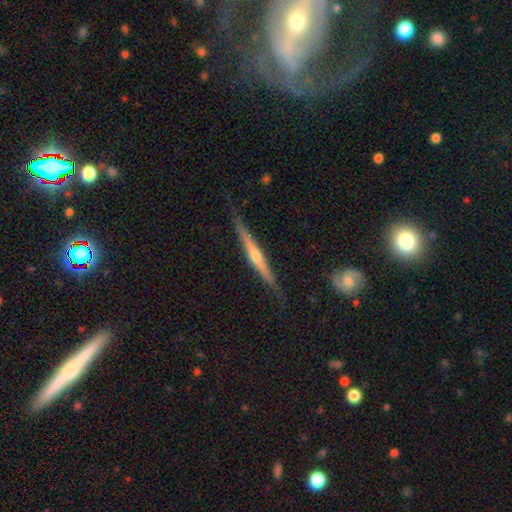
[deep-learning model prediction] Smooth or featured? featured or disk (78%)
Edge-on disk? yes (98%)
Edge-on bulge? rounded (80%)
Merging? none (86%)